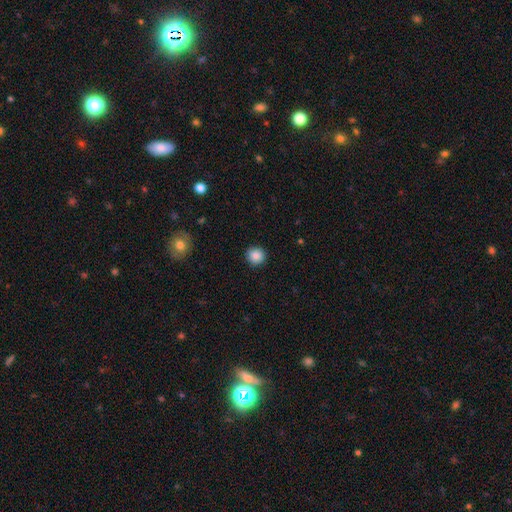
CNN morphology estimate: Smooth or featured: smooth — 88% (star or artifact — 9%)
How rounded: round — 94% (in between — 5%)
Merging: none — 92% (minor disturbance — 5%)